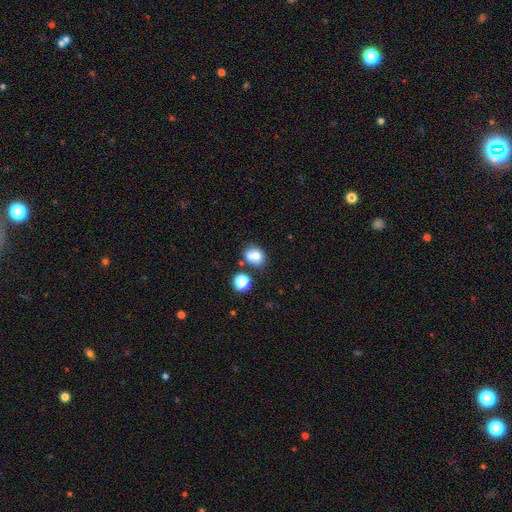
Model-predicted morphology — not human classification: Smooth or featured? smooth (71%)
How rounded? round (62%)
Merging? none (45%)